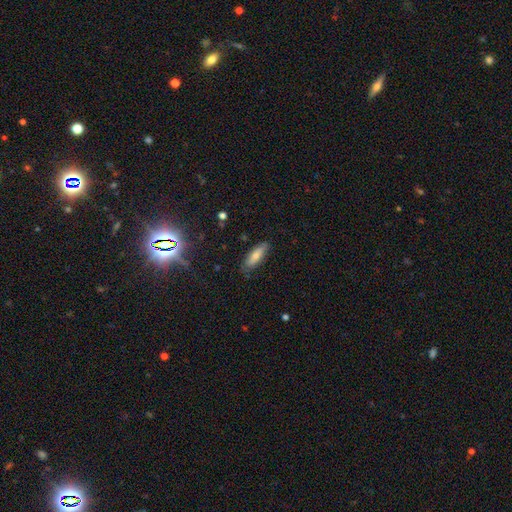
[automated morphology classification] A smooth galaxy with no disk features (73%) that is in between round and cigar-shaped (53%). Merging: none (79%).